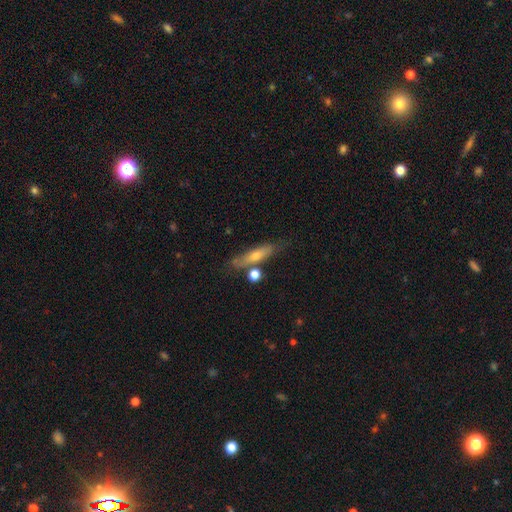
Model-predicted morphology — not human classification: The model was most divided on "smooth or featured": smooth: 53%, featured or disk: 39%, star or artifact: 8%. More confident: how rounded — cigar-shaped (70%); merging — none (68%).